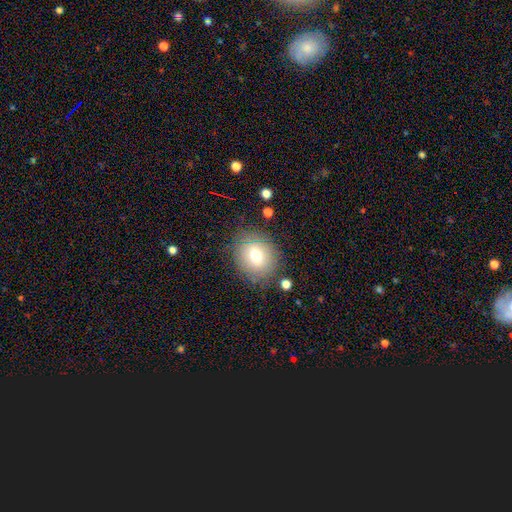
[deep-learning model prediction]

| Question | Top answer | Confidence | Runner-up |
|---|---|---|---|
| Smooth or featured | smooth | 68% | featured or disk (21%) |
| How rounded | round | 62% | in between (37%) |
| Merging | none | 79% | minor disturbance (13%) |